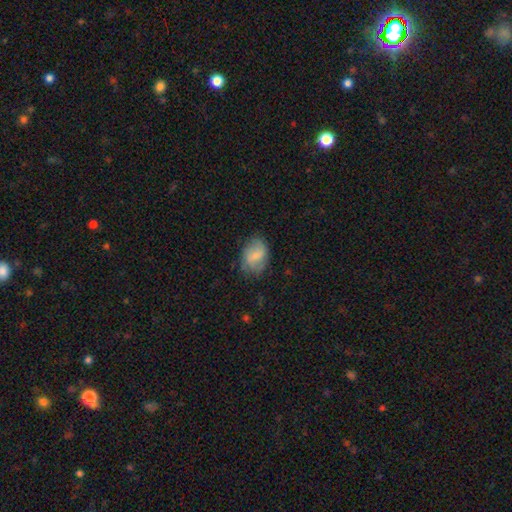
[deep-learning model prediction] smooth 63%, featured or disk 29%, star or artifact 8%. Down the decision tree: how rounded — in between (70%); merging — none (63%).